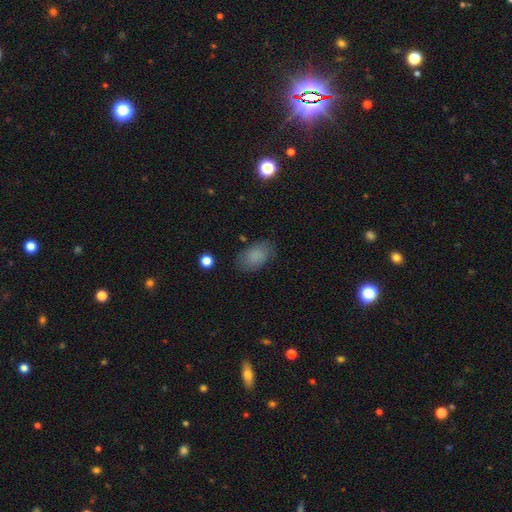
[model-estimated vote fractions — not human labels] Smooth or featured? Predicted: smooth (p=0.83). How rounded? Predicted: in between (p=0.90). Merging? Predicted: none (p=0.80).